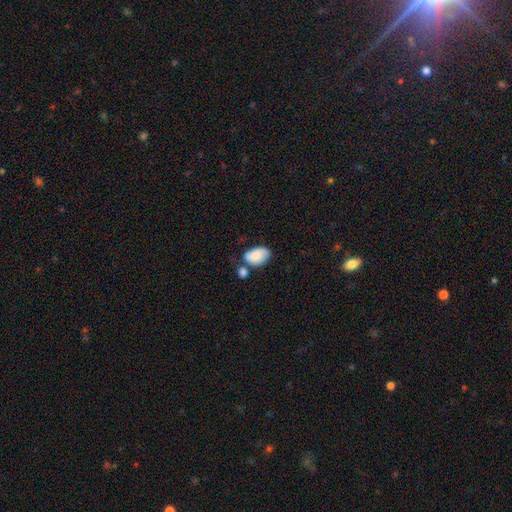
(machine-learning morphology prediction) Smooth or featured?
  - smooth: 79% *
  - featured or disk: 14%
  - star or artifact: 7%
How rounded?
  - in between: 89% *
  - round: 10%
  - cigar-shaped: 1%
Merging?
  - none: 41% *
  - minor disturbance: 26%
  - merger: 24%
  - major disturbance: 9%